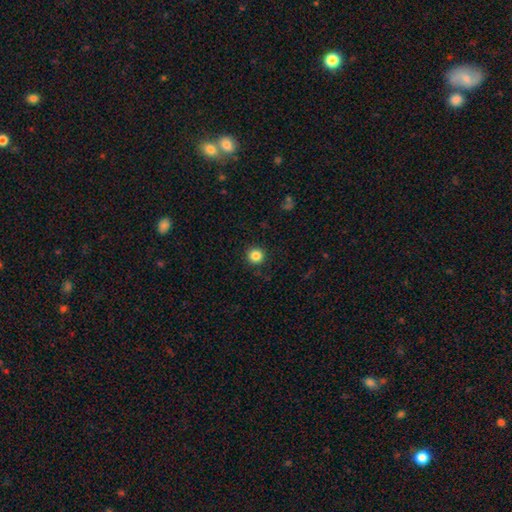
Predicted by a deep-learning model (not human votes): The model was most divided on "smooth or featured": smooth: 85%, star or artifact: 11%, featured or disk: 4%. More confident: how rounded — round (95%); merging — none (92%).